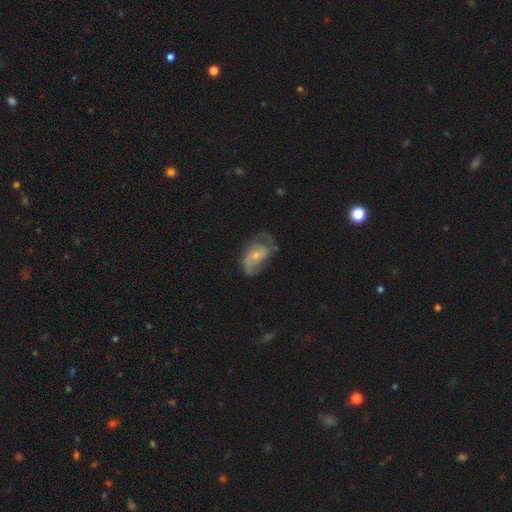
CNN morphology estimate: smooth-or-featured: featured or disk: 72% | smooth: 21% | star or artifact: 7%
  disk-edge-on: no: 97% | yes: 3%
    bar: no: 66% | weak: 28% | strong: 6%
    has-spiral-arms: yes: 87% | no: 13%
      spiral-winding: medium: 44% | loose: 37% | tight: 19%
      spiral-arm-count: 2: 77% | can't tell: 11% | 1: 7% | 3: 3% | 4: 1% | more than 4: 1%
    bulge-size: small: 62% | moderate: 31% | none: 4% | large: 2% | dominant: 1%
  merging: none: 49% | minor disturbance: 26% | major disturbance: 23% | merger: 2%